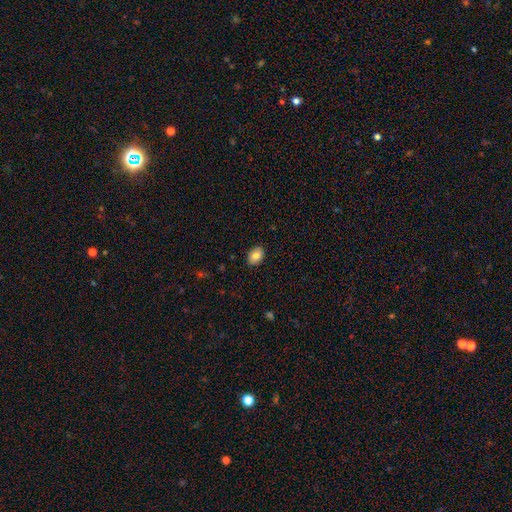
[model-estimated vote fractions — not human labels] Smooth or featured? Predicted: smooth (p=0.84). How rounded? Predicted: in between (p=0.73). Merging? Predicted: none (p=0.88).